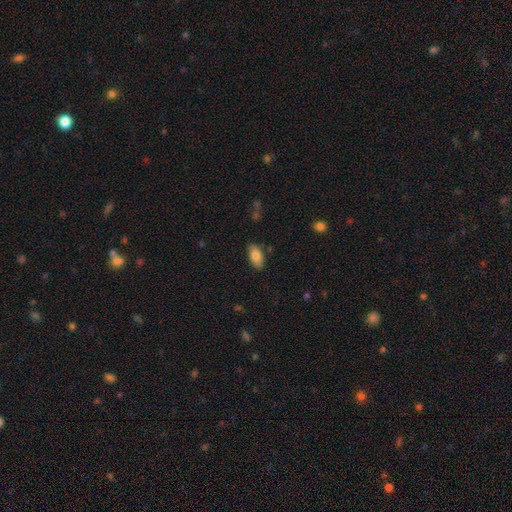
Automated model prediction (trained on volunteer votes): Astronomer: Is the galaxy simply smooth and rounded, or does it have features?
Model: smooth — 83%.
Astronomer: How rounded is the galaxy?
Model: in between — 91%.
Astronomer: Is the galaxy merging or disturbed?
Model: none — 83%.